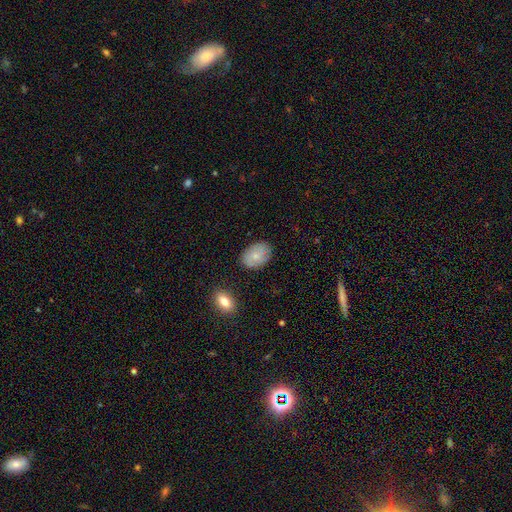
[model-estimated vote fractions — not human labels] smooth-or-featured: smooth: 73% | featured or disk: 20% | star or artifact: 7%
  how-rounded: in between: 82% | round: 16% | cigar-shaped: 1%
  merging: none: 80% | minor disturbance: 15% | major disturbance: 3% | merger: 2%